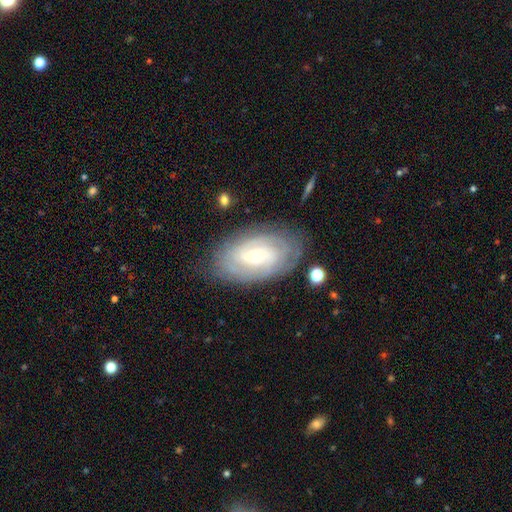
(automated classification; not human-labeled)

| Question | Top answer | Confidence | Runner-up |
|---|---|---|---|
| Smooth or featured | featured or disk | 77% | smooth (17%) |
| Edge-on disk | no | 95% | yes (5%) |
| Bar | no | 59% | weak (31%) |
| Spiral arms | yes | 88% | no (12%) |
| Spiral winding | tight | 75% | medium (19%) |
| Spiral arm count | can't tell | 49% | 2 (20%) |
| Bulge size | small | 61% | moderate (35%) |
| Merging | none | 79% | minor disturbance (15%) |